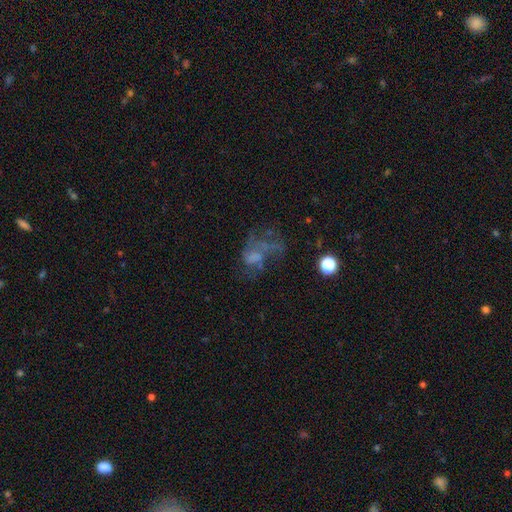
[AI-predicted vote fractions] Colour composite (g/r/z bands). It shows a featured or disk galaxy (49%). Merging: major disturbance (45%).